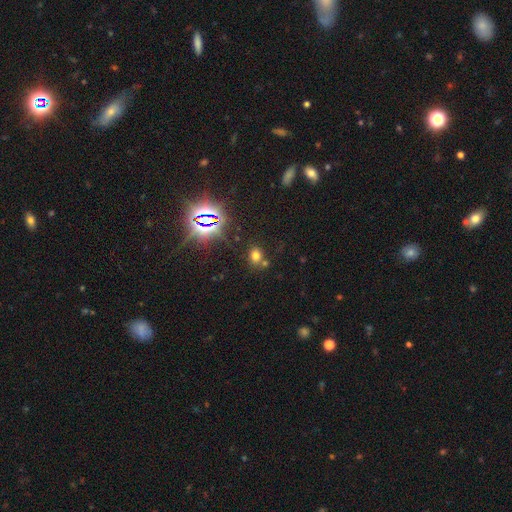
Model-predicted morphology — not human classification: Smooth or featured: smooth — 61% (star or artifact — 29%)
How rounded: round — 51% (in between — 48%)
Merging: none — 67% (merger — 18%)